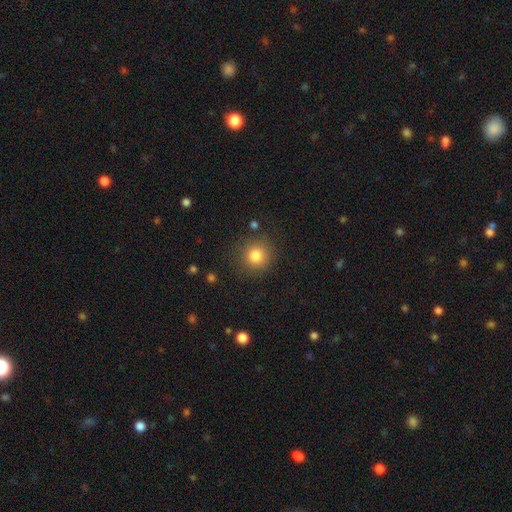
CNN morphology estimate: This is clearly a smooth galaxy (81%). How rounded: clearly round (93%). Merging: clearly none (86%).